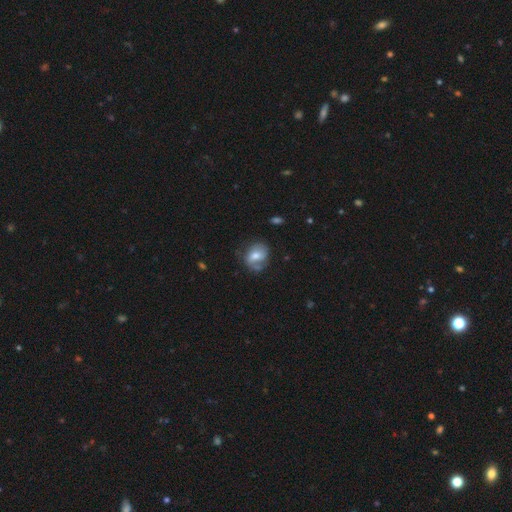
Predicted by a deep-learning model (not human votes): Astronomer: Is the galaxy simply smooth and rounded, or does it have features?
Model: smooth — 49% (runner-up: featured or disk, 43%).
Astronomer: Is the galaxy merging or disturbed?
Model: none — 51% (runner-up: minor disturbance, 27%).